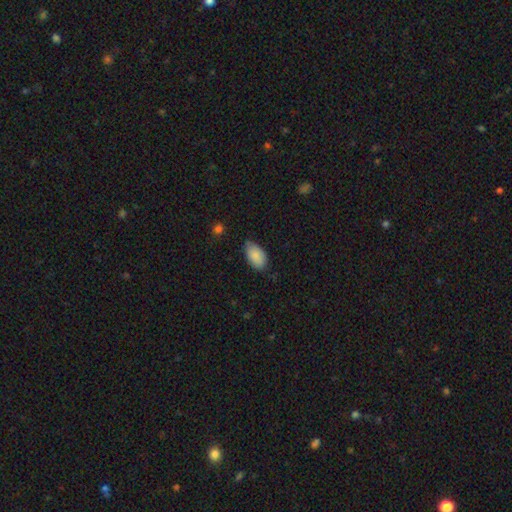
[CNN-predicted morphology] type=smooth (87%); roundness=in between (94%); merging=none (68%).